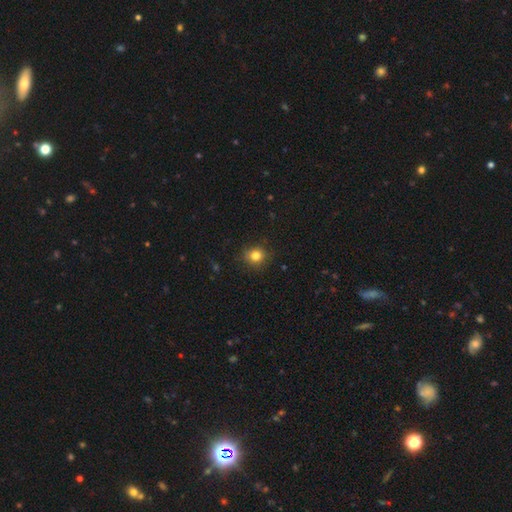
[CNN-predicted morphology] The model was most divided on "smooth or featured": smooth: 82%, star or artifact: 12%, featured or disk: 6%. More confident: merging — none (85%); how rounded — round (85%).